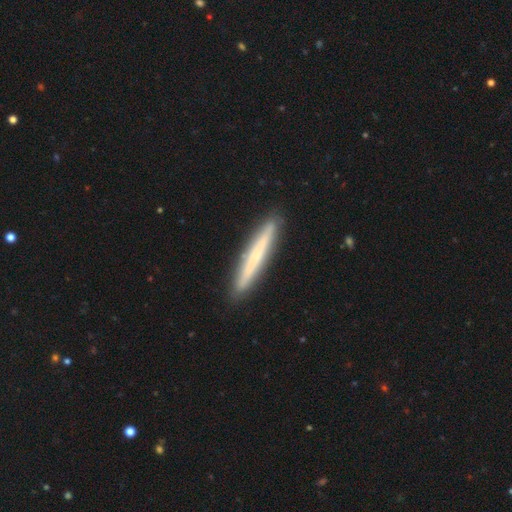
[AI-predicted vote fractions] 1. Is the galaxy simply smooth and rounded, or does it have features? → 52% smooth, 42% featured or disk, 6% star or artifact.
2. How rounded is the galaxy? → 96% cigar-shaped, 3% in between, 1% round.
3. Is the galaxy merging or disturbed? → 91% none, 6% minor disturbance, 1% major disturbance, 1% merger.